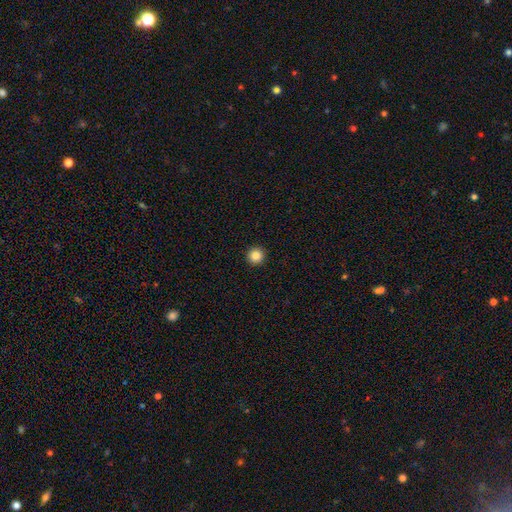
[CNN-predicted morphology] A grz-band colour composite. It shows a smooth galaxy with no disk features (85%) that is round (96%). Merging: none (94%).